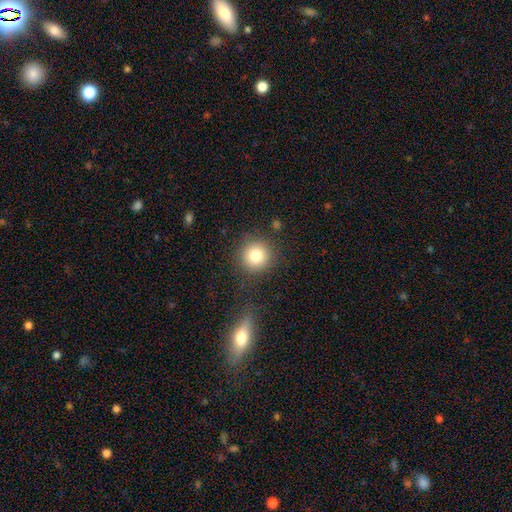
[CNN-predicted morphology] This appears to be a smooth galaxy with no disk features (80%) that is round (94%). Merging: none (84%).